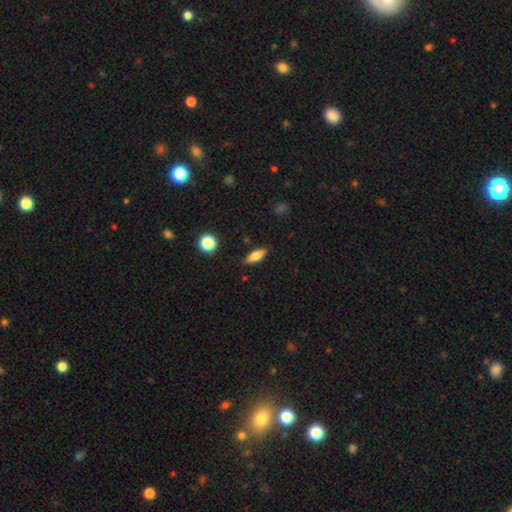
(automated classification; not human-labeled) smooth 75%, featured or disk 17%, star or artifact 8%. Down the decision tree: how rounded — in between (65%); merging — none (85%).